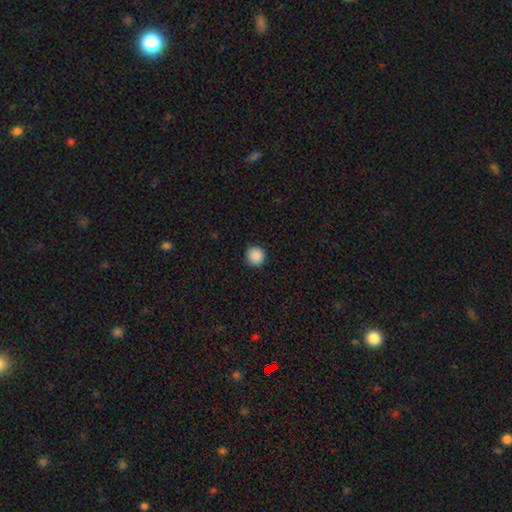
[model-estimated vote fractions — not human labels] Smooth or featured? Predicted: smooth (p=0.89). How rounded? Predicted: round (p=0.96). Merging? Predicted: none (p=0.93).